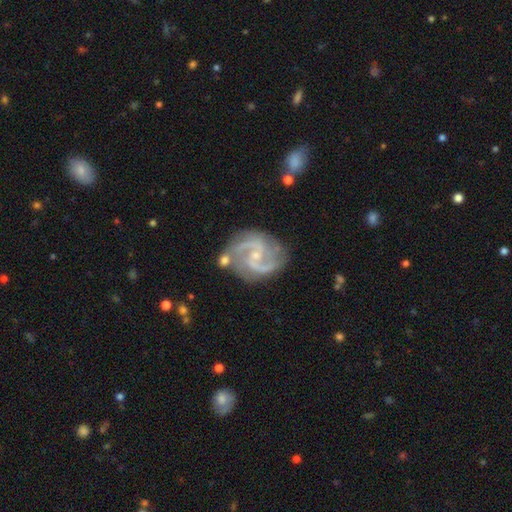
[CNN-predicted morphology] Q: Smooth or featured?
A: featured or disk (92%); runner-up: star or artifact (5%)
Q: Edge-on disk?
A: no (98%); runner-up: yes (2%)
Q: Bar?
A: no (47%); runner-up: weak (41%)
Q: Spiral arms?
A: yes (98%); runner-up: no (2%)
Q: Spiral winding?
A: medium (62%); runner-up: tight (21%)
Q: Spiral arm count?
A: 2 (86%); runner-up: 3 (6%)
Q: Bulge size?
A: small (76%); runner-up: moderate (18%)
Q: Merging?
A: none (71%); runner-up: minor disturbance (18%)